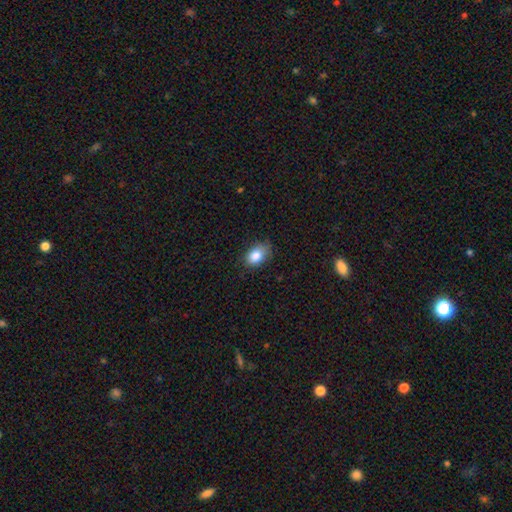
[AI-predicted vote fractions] Smooth or featured?
  - smooth: 85% *
  - star or artifact: 9%
  - featured or disk: 7%
How rounded?
  - in between: 83% *
  - round: 16%
  - cigar-shaped: 1%
Merging?
  - none: 72% *
  - minor disturbance: 23%
  - major disturbance: 4%
  - merger: 1%